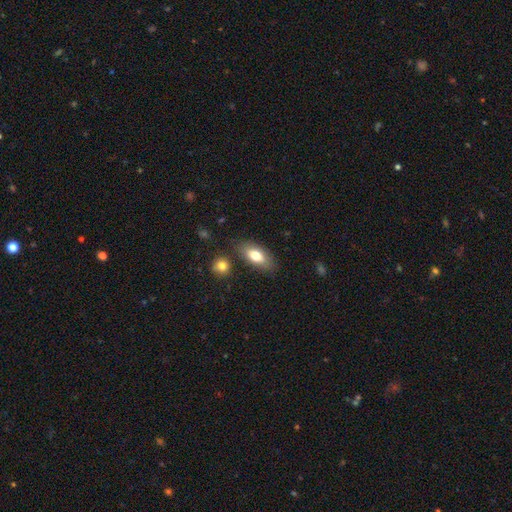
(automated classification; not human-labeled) A smooth galaxy with no disk features (74%) that is in between round and cigar-shaped (85%). Merging: none (79%).